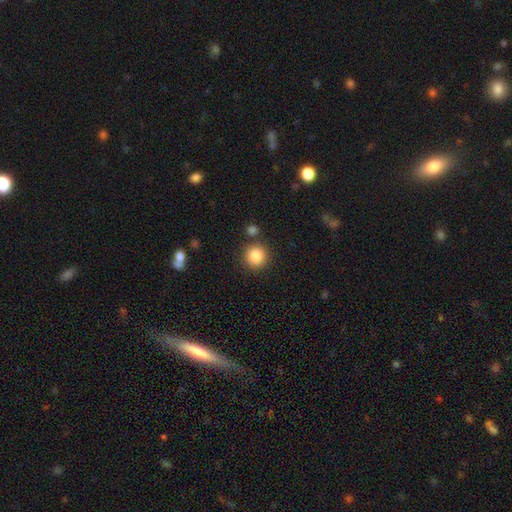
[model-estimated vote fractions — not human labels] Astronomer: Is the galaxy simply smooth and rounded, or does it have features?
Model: smooth — 85%.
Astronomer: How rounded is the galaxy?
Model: round — 93%.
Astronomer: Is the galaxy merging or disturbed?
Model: none — 84%.